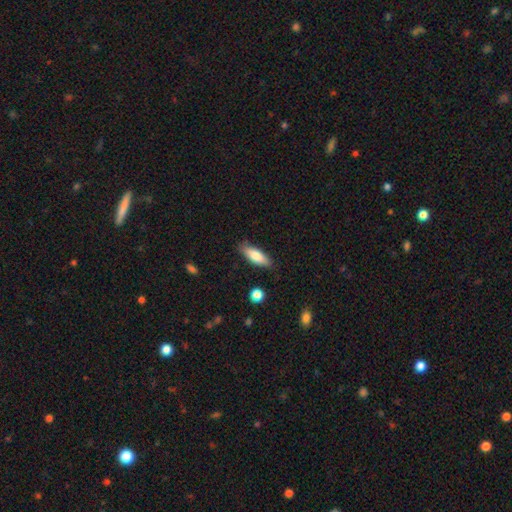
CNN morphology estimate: type=smooth (78%); roundness=in between (58%); merging=none (85%).